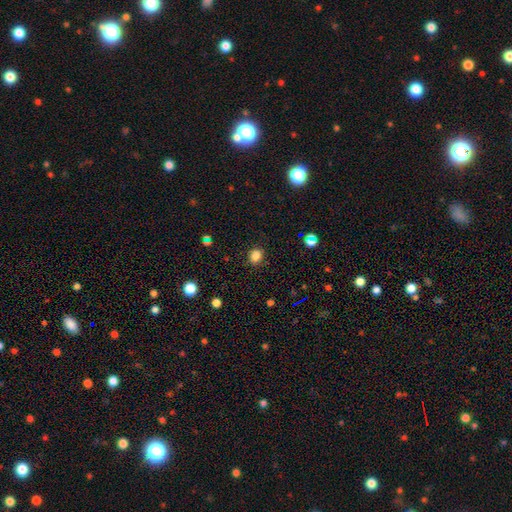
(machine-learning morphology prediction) This appears to be a smooth galaxy with no disk features (83%) that is round (62%). Merging: none (88%).